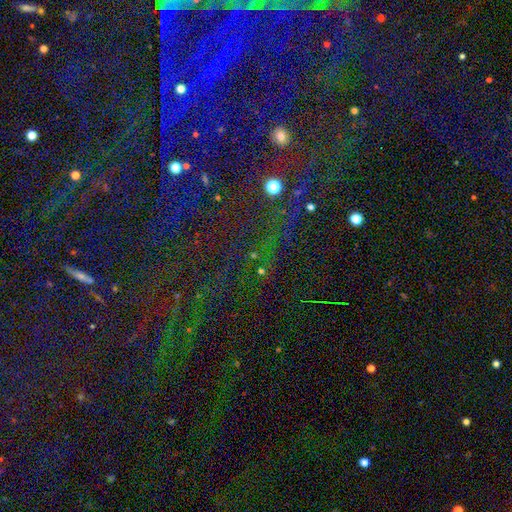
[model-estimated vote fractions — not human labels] Smooth or featured: star or artifact — 76% (smooth — 15%)